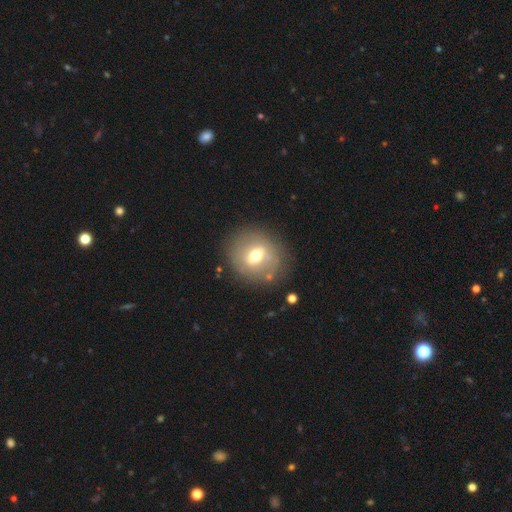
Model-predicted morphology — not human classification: Smooth or featured? smooth (48%)
Merging? none (78%)